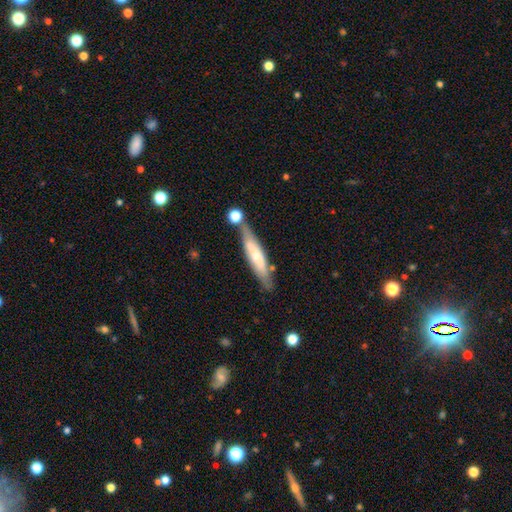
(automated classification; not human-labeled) Morphology: type=featured or disk (50%); edge-on=yes (76%); merging=none (68%).